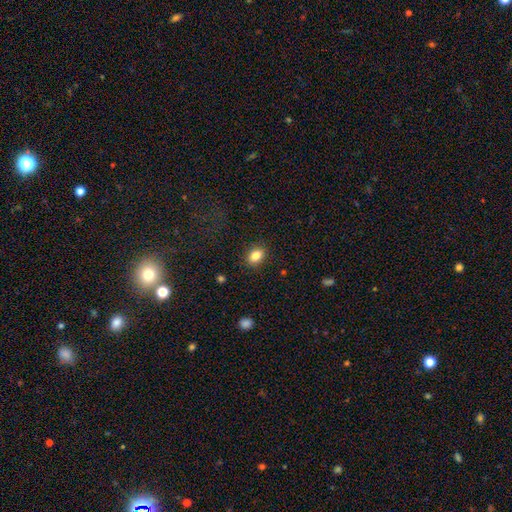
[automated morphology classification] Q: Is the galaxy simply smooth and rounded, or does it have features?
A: smooth — 83%.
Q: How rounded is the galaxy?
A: in between — 69%.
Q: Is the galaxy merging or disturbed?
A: none — 88%.